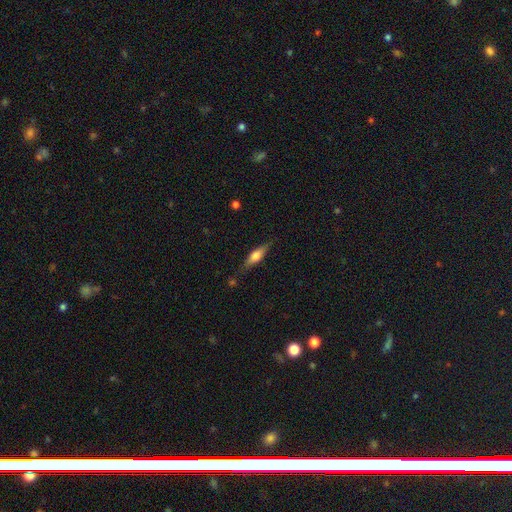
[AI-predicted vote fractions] Overall: smooth (48%; featured or disk 45%). Merging: none (80%).